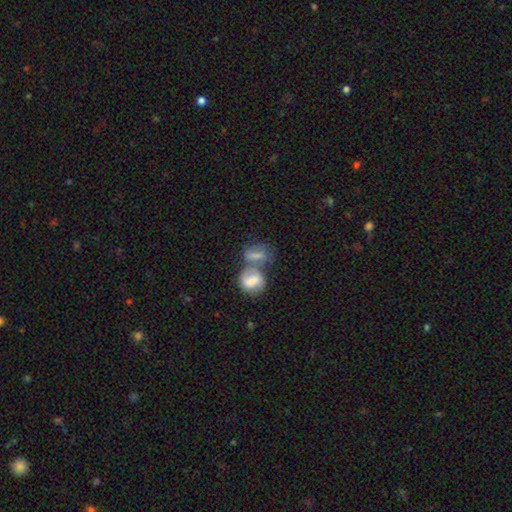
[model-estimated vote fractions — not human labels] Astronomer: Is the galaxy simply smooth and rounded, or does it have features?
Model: smooth — 61%.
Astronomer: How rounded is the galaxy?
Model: in between — 74%.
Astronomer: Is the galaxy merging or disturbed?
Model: merger — 68%.